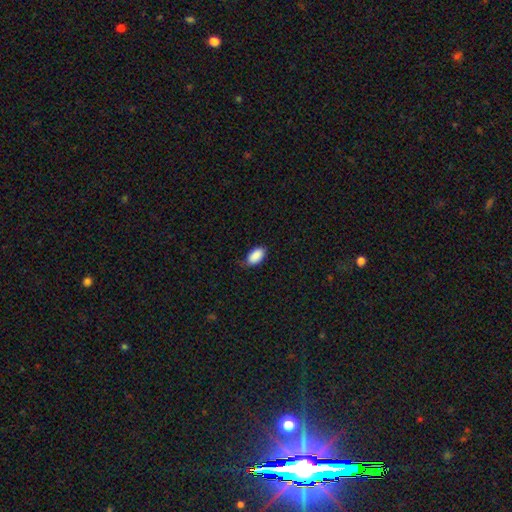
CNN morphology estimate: Smooth or featured?
  - smooth: 89% *
  - star or artifact: 7%
  - featured or disk: 4%
How rounded?
  - in between: 94% *
  - round: 3%
  - cigar-shaped: 2%
Merging?
  - none: 70% *
  - minor disturbance: 24%
  - major disturbance: 4%
  - merger: 1%